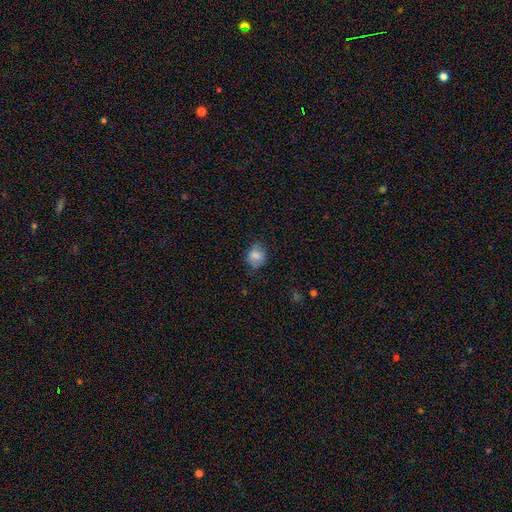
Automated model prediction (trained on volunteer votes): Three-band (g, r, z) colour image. It shows a smooth galaxy with no disk features (82%) that is round (58%). Merging: none (71%).